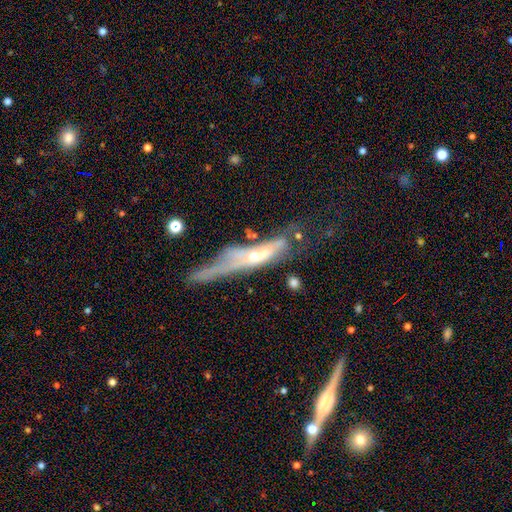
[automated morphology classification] type=featured or disk (57%); edge-on=yes (52%); merging=major disturbance (48%).